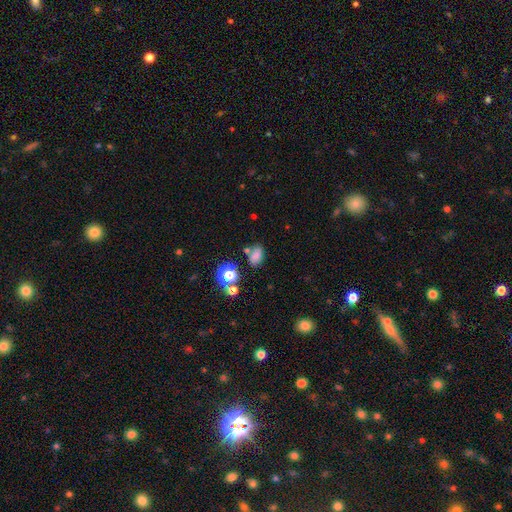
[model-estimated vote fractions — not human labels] A smooth galaxy with no disk features (75%) that is in between round and cigar-shaped (80%).

Vote fractions:
- Smooth or featured? smooth: 75% / star or artifact: 18% / featured or disk: 7%
- How rounded? in between: 80% / round: 18% / cigar-shaped: 2%
- Merging? none: 66% / minor disturbance: 17% / merger: 11% / major disturbance: 5%